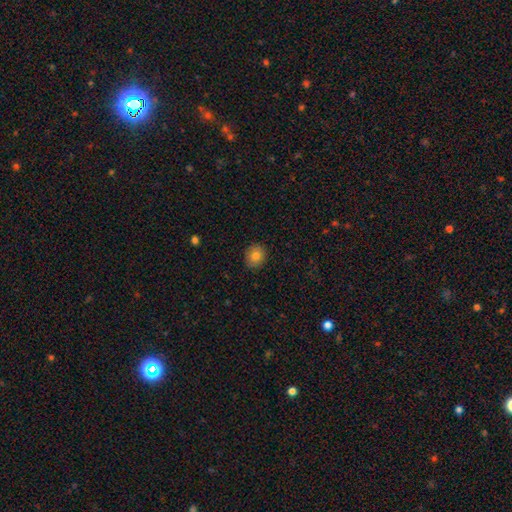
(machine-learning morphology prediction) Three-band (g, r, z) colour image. It shows a smooth galaxy with no disk features (81%) that is round (69%). Merging: none (90%).